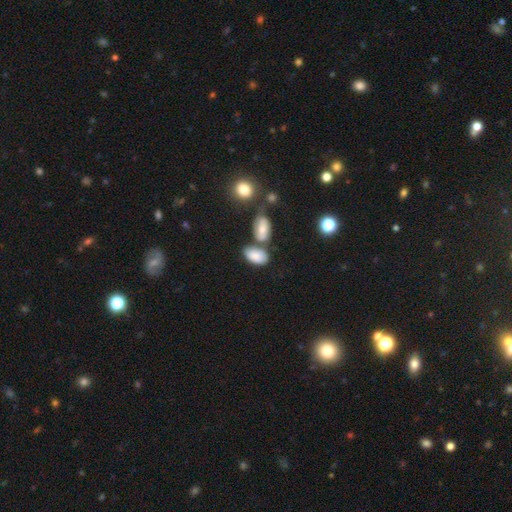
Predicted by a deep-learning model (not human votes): Smooth or featured?
  - smooth: 79% *
  - featured or disk: 13%
  - star or artifact: 8%
How rounded?
  - in between: 92% *
  - round: 6%
  - cigar-shaped: 2%
Merging?
  - none: 46% *
  - merger: 31%
  - minor disturbance: 17%
  - major disturbance: 6%